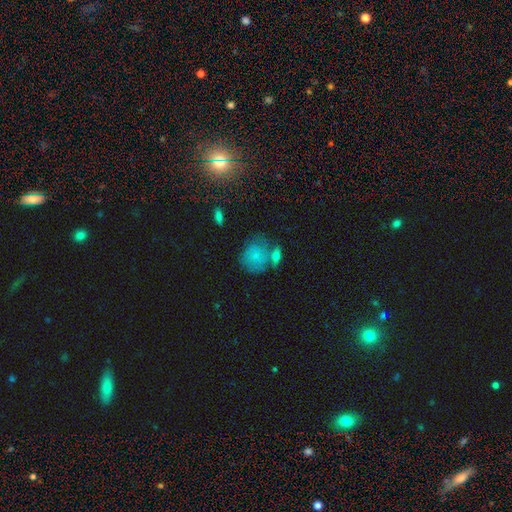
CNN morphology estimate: This appears to be a smooth galaxy with no disk features (68%) that is round (72%). Merging: none (47%).